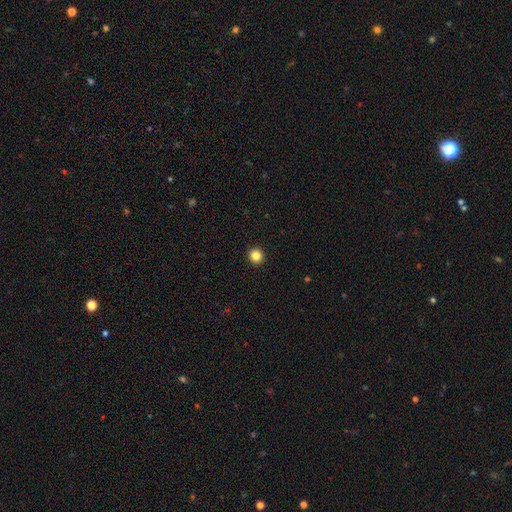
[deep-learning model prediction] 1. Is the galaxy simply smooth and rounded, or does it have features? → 85% smooth, 11% star or artifact, 4% featured or disk.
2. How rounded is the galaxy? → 93% round, 6% in between, 1% cigar-shaped.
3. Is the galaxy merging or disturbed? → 94% none, 4% minor disturbance, 1% major disturbance, 1% merger.